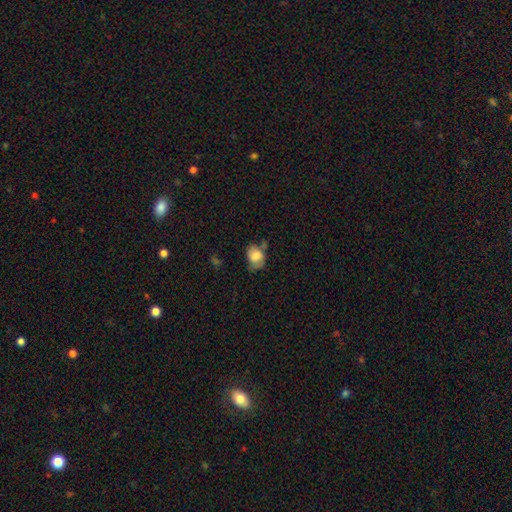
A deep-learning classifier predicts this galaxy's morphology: A smooth galaxy with no disk features (74%) that is in between round and cigar-shaped (67%). Merging: none (42%).